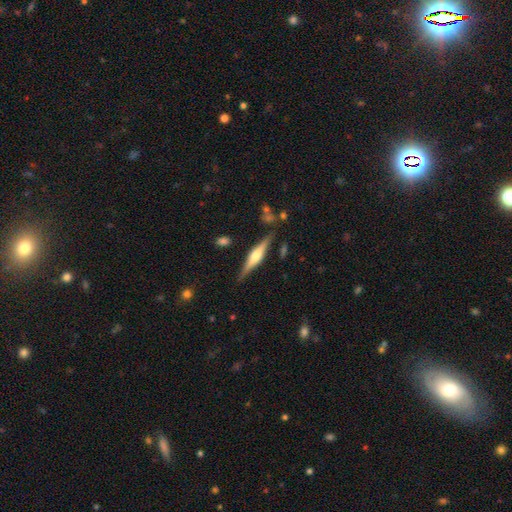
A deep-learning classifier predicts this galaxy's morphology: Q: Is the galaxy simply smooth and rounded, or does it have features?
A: featured or disk — 69%.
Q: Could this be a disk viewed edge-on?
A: yes — 97%.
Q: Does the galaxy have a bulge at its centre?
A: rounded — 82%.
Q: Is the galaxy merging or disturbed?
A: none — 84%.